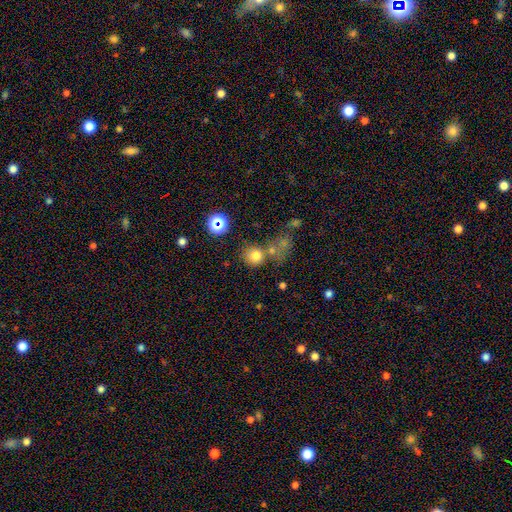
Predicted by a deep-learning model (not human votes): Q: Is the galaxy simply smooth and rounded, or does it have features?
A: smooth — 74%.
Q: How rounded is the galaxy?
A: round — 86%.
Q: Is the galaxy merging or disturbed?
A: none — 58%.